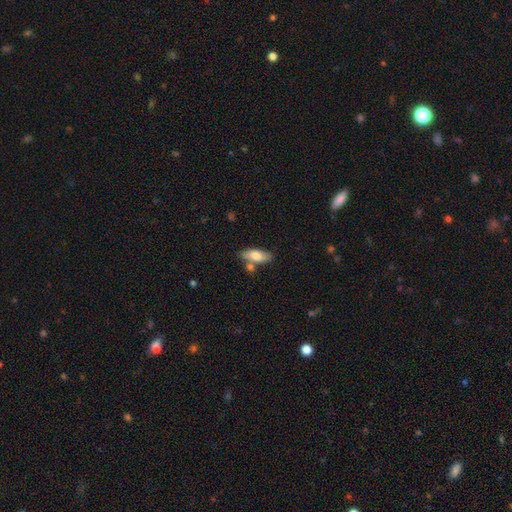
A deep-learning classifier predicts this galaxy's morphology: This appears to be a smooth galaxy with no disk features (75%) that is in between round and cigar-shaped (76%). Merging: none (64%).